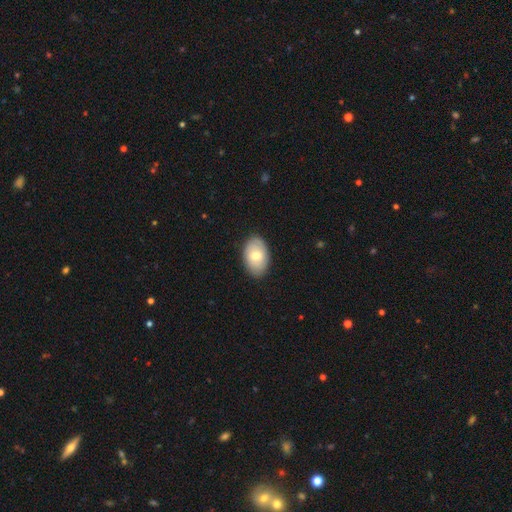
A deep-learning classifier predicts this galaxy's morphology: This is likely a smooth galaxy (70%). How rounded: clearly in between (89%). Merging: clearly none (86%).